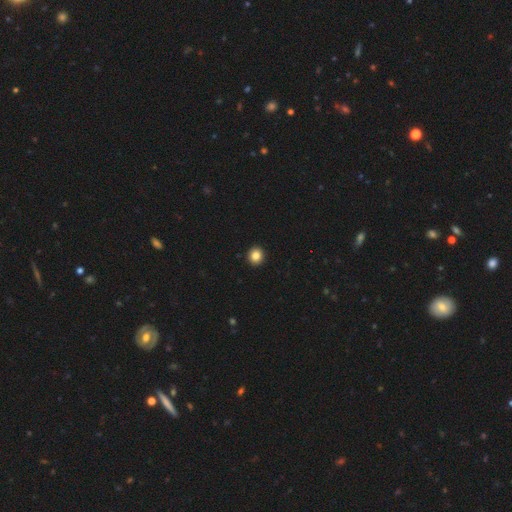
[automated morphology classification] Q: Smooth or featured?
A: smooth (85%); runner-up: star or artifact (10%)
Q: How rounded?
A: round (89%); runner-up: in between (10%)
Q: Merging?
A: none (94%); runner-up: minor disturbance (4%)